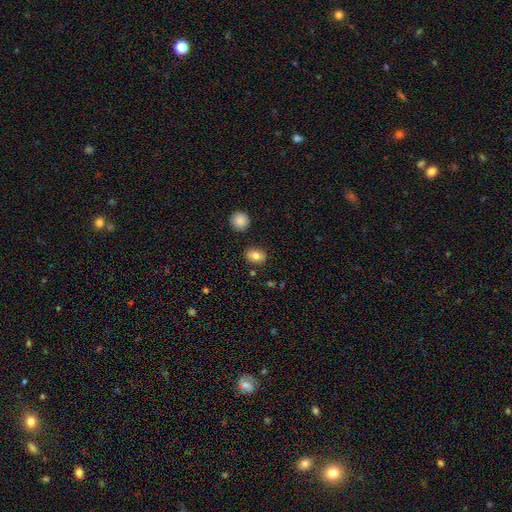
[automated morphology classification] The model was most divided on "how rounded": in between: 69%, round: 30%, cigar-shaped: 1%. More confident: merging — none (85%); smooth or featured — smooth (82%).